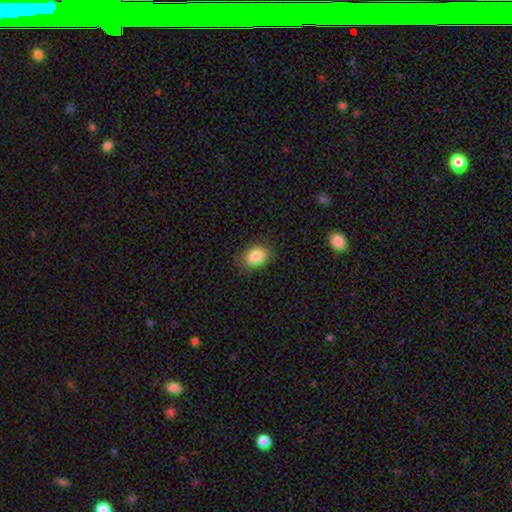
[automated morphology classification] smooth-or-featured: smooth: 86% | star or artifact: 8% | featured or disk: 6%
  how-rounded: in between: 68% | round: 31% | cigar-shaped: 1%
  merging: none: 82% | minor disturbance: 13% | major disturbance: 3% | merger: 1%